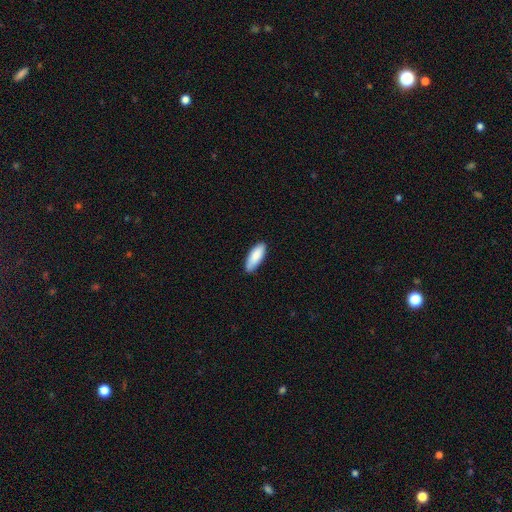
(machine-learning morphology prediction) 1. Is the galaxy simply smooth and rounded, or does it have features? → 88% smooth, 7% featured or disk, 5% star or artifact.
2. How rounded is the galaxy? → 73% in between, 25% cigar-shaped, 2% round.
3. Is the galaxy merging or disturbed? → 84% none, 13% minor disturbance, 2% major disturbance, 1% merger.